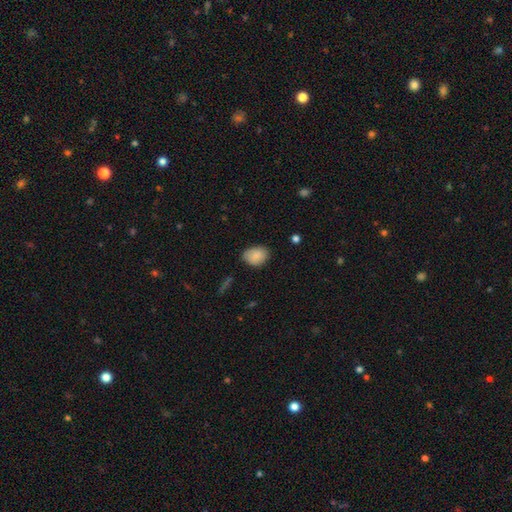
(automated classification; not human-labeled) smooth-or-featured: smooth: 88% | star or artifact: 7% | featured or disk: 5%
  how-rounded: in between: 72% | round: 27% | cigar-shaped: 1%
  merging: none: 76% | minor disturbance: 19% | major disturbance: 3% | merger: 1%